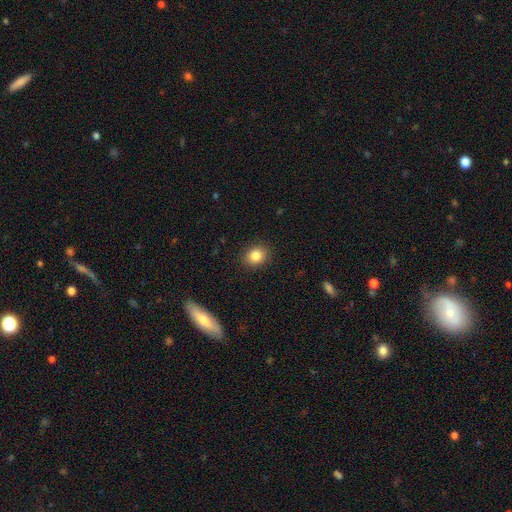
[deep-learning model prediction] A smooth galaxy with no disk features (84%) that is round (62%).

Vote fractions:
- Smooth or featured? smooth: 84% / star or artifact: 10% / featured or disk: 7%
- How rounded? round: 62% / in between: 37% / cigar-shaped: 1%
- Merging? none: 89% / minor disturbance: 8% / major disturbance: 2% / merger: 1%